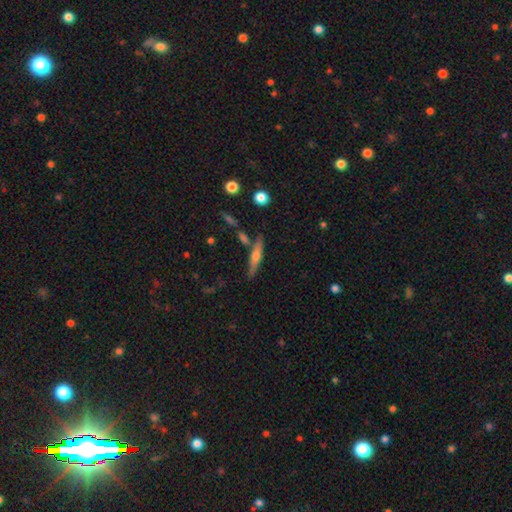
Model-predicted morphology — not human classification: A featured or disk galaxy (60%) viewed edge-on (95%) with a rounded central bulge (85%).

Vote fractions:
- Smooth or featured? featured or disk: 60% / smooth: 32% / star or artifact: 8%
- Edge-on disk? yes: 95% / no: 5%
- Edge-on bulge? rounded: 85% / none: 8% / boxy: 7%
- Merging? none: 78% / minor disturbance: 11% / merger: 8% / major disturbance: 3%